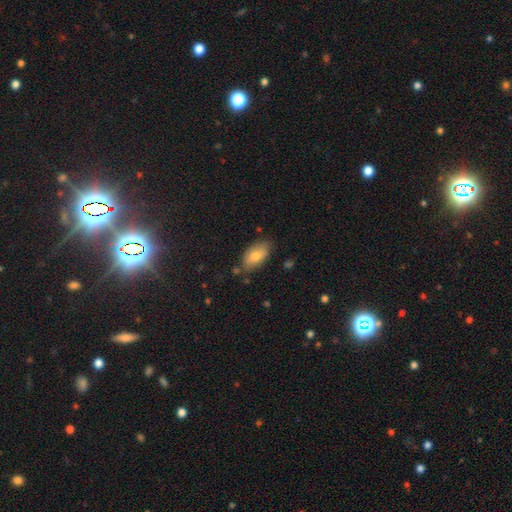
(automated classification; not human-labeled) Q: Smooth or featured?
A: smooth (78%); runner-up: featured or disk (15%)
Q: How rounded?
A: in between (92%); runner-up: round (4%)
Q: Merging?
A: none (74%); runner-up: minor disturbance (19%)